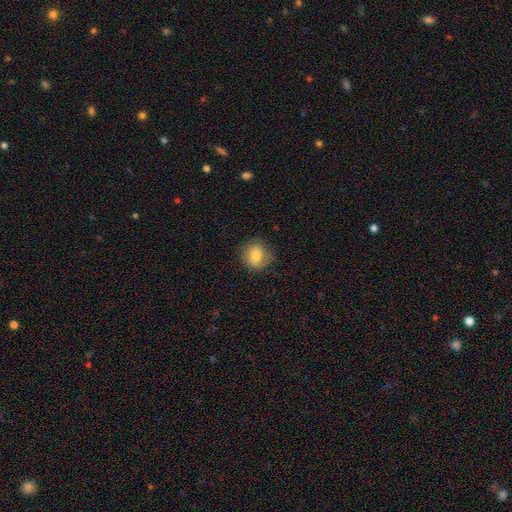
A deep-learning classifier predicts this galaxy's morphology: Smooth or featured: smooth — 74% (featured or disk — 17%)
How rounded: round — 80% (in between — 19%)
Merging: none — 79% (minor disturbance — 16%)